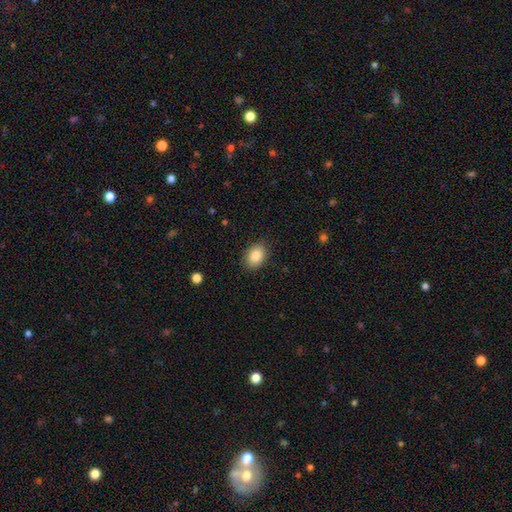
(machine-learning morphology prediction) type=smooth (86%); roundness=in between (69%); merging=none (85%).